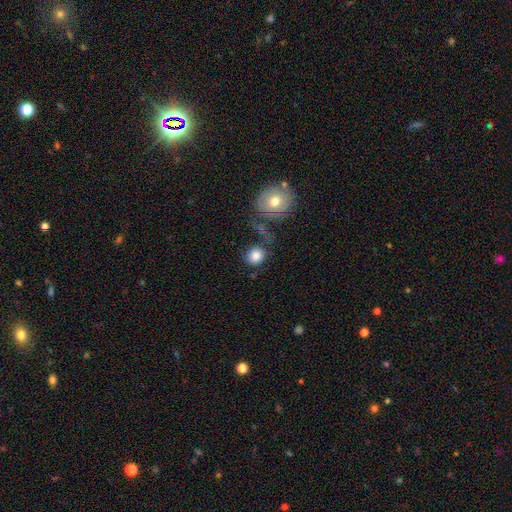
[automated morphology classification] The model was most divided on "merging": none: 63%, minor disturbance: 14%, merger: 14%, major disturbance: 8%. More confident: smooth or featured — smooth (83%); how rounded — round (82%).